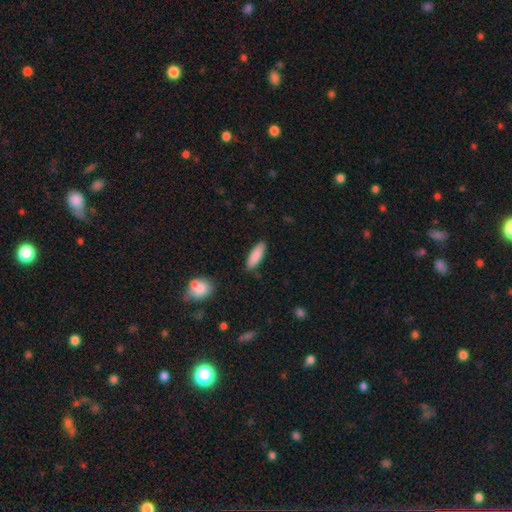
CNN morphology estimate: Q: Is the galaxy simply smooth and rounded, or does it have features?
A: smooth — 87%.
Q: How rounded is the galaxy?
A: in between — 51%.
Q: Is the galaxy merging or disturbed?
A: none — 87%.